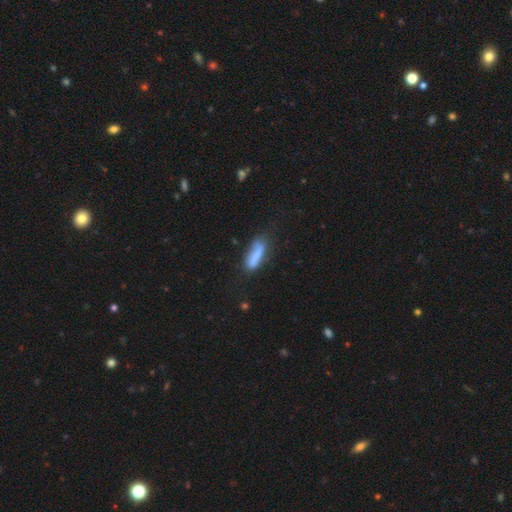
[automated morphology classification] smooth 76%, featured or disk 16%, star or artifact 7%. Down the decision tree: how rounded — cigar-shaped (60%); merging — none (55%).